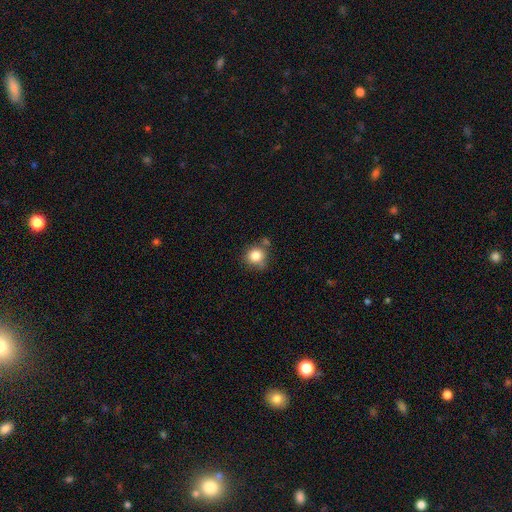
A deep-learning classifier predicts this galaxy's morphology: The model was most divided on "merging": none: 65%, minor disturbance: 19%, merger: 11%, major disturbance: 5%. More confident: how rounded — round (87%); smooth or featured — smooth (83%).